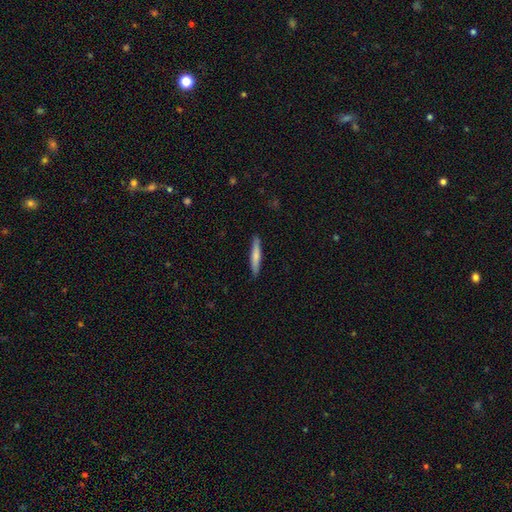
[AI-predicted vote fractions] Smooth or featured?
  - smooth: 70% *
  - featured or disk: 25%
  - star or artifact: 5%
How rounded?
  - cigar-shaped: 92% *
  - in between: 6%
  - round: 1%
Merging?
  - none: 89% *
  - minor disturbance: 8%
  - major disturbance: 2%
  - merger: 1%